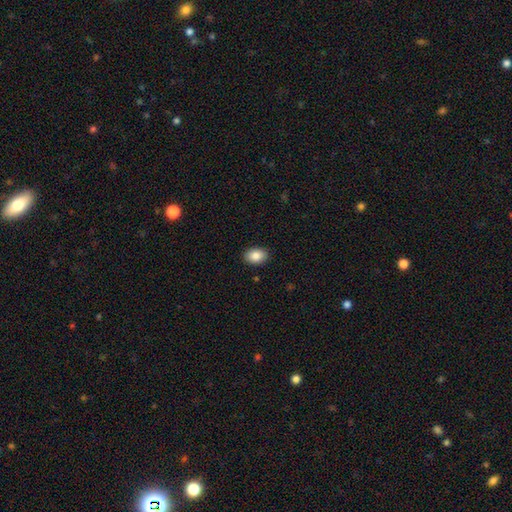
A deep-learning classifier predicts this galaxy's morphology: smooth_or_featured: smooth (p=0.87) [alt: star or artifact p=0.08]
how_rounded: in between (p=0.80) [alt: round p=0.19]
merging: none (p=0.90) [alt: minor disturbance p=0.07]